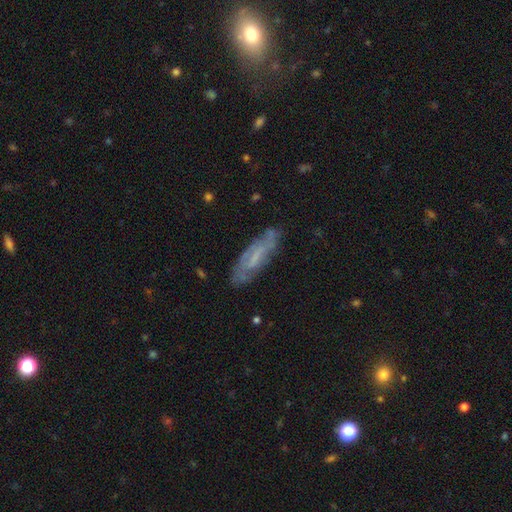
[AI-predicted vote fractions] This appears to be a featured or disk galaxy (57%). Merging: none (75%).